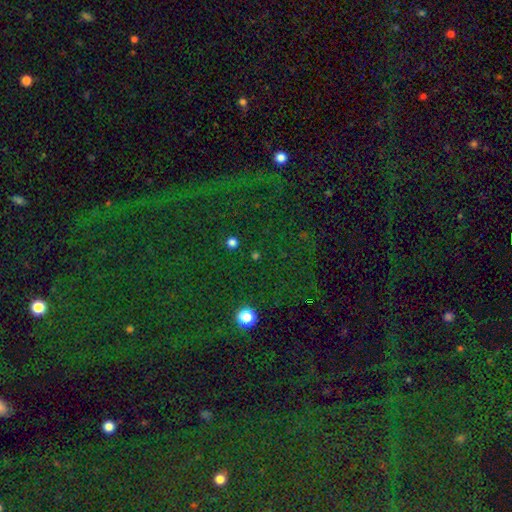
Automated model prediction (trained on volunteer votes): A star or artifact, not a galaxy (55%).